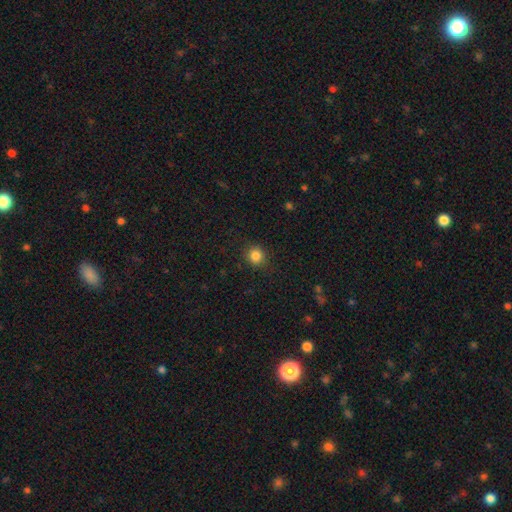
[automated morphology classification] A smooth galaxy with no disk features (85%) that is round (91%). Merging: none (90%).